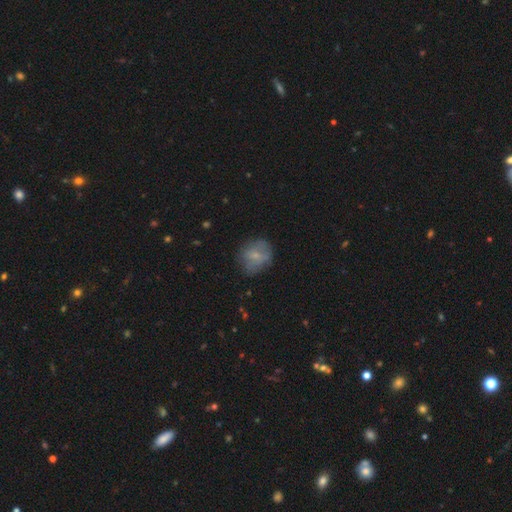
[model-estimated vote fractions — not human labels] Smooth or featured? Predicted: smooth (p=0.63). How rounded? Predicted: round (p=0.68). Merging? Predicted: none (p=0.62).